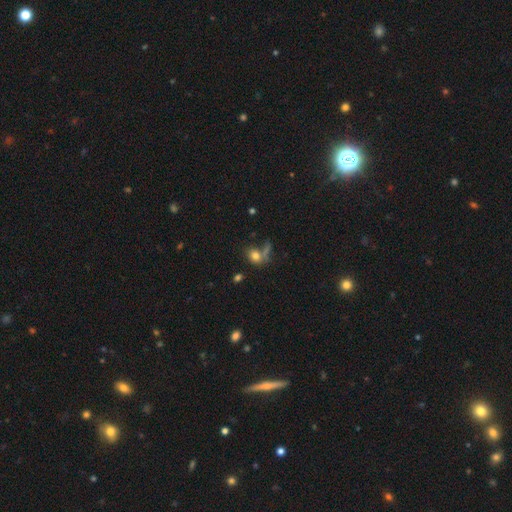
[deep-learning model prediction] smooth-or-featured: smooth: 76% | star or artifact: 13% | featured or disk: 11%
  how-rounded: in between: 56% | round: 41% | cigar-shaped: 3%
  merging: none: 50% | merger: 24% | minor disturbance: 15% | major disturbance: 11%